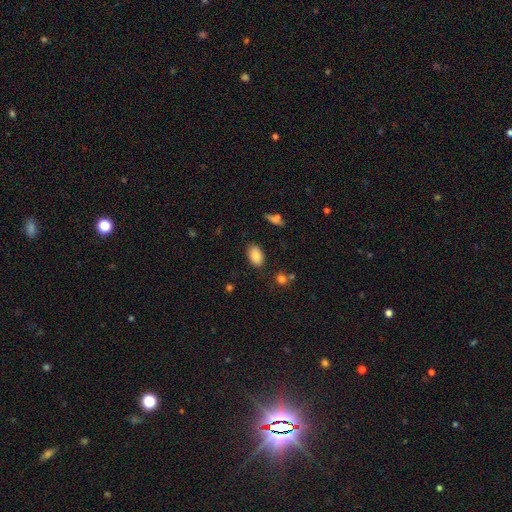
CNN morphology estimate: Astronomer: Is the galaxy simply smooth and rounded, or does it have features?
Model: smooth — 85%.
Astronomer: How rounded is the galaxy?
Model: in between — 90%.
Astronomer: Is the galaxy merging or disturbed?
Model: none — 84%.